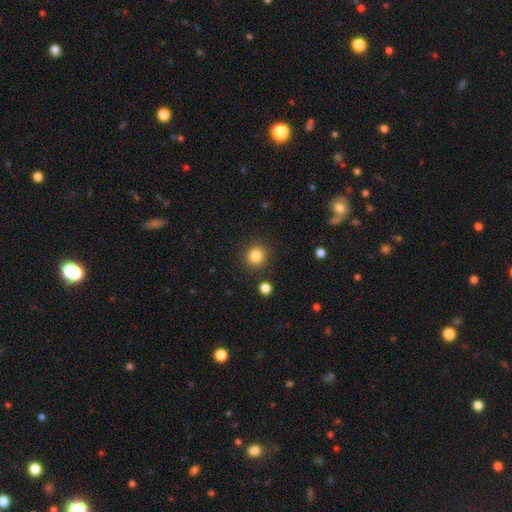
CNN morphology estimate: Smooth or featured?
  - smooth: 83% *
  - star or artifact: 12%
  - featured or disk: 5%
How rounded?
  - round: 93% *
  - in between: 6%
  - cigar-shaped: 1%
Merging?
  - none: 89% *
  - minor disturbance: 6%
  - major disturbance: 2%
  - merger: 2%